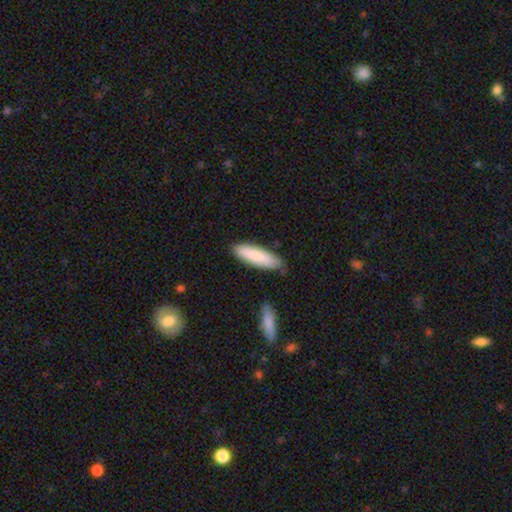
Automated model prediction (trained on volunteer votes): Smooth or featured? smooth (83%)
How rounded? cigar-shaped (60%)
Merging? none (82%)